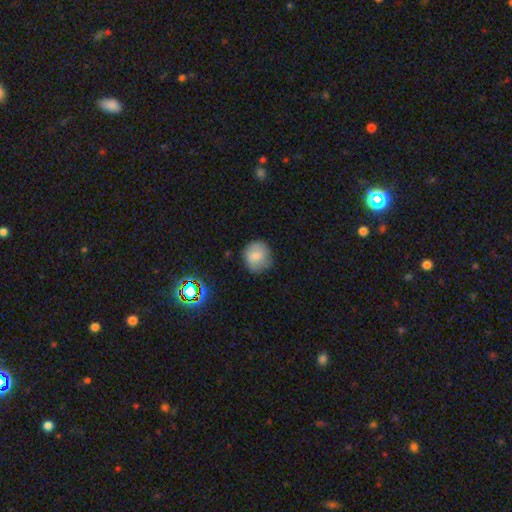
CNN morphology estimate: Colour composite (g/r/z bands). It shows a smooth galaxy with no disk features (77%) that is round (86%). Merging: none (73%).